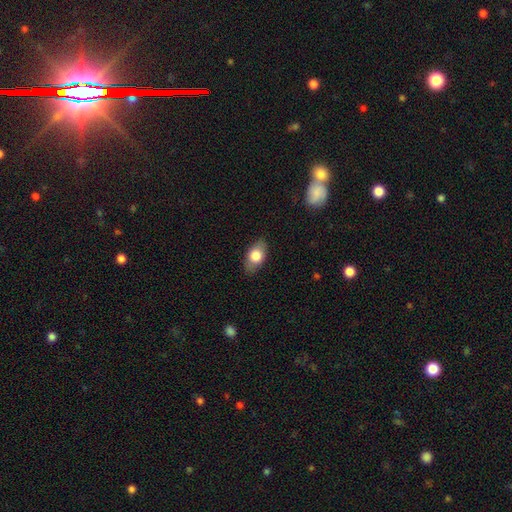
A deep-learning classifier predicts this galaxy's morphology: smooth_or_featured: smooth (p=0.74) [alt: featured or disk p=0.19]
how_rounded: in between (p=0.88) [alt: round p=0.09]
merging: none (p=0.83) [alt: minor disturbance p=0.13]